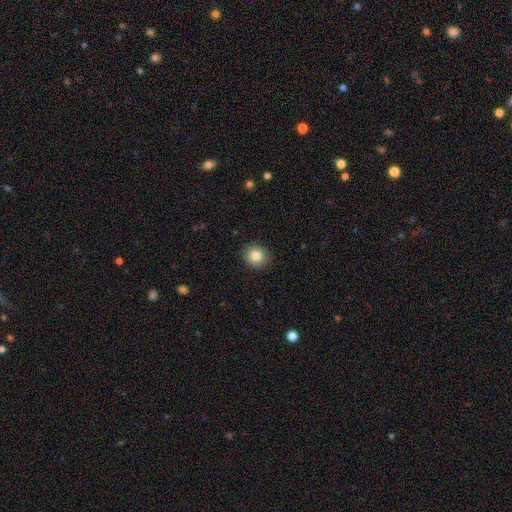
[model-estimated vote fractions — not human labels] Smooth or featured: smooth — 84% (star or artifact — 9%)
How rounded: round — 82% (in between — 17%)
Merging: none — 90% (minor disturbance — 7%)